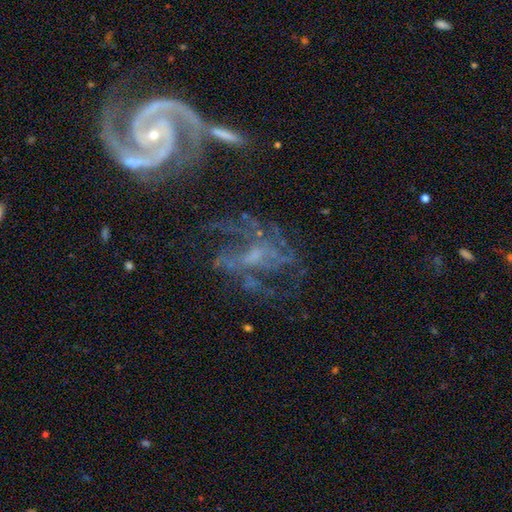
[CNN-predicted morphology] Smooth or featured?
  - featured or disk: 77% *
  - star or artifact: 13%
  - smooth: 9%
Edge-on disk?
  - no: 96% *
  - yes: 4%
Bar?
  - no: 53% *
  - weak: 35%
  - strong: 12%
Spiral arms?
  - yes: 78% *
  - no: 22%
Spiral winding?
  - medium: 42% *
  - loose: 34%
  - tight: 23%
Spiral arm count?
  - can't tell: 33% *
  - 2: 31%
  - 3: 16%
  - 4: 8%
  - 1: 7%
  - more than 4: 6%
Bulge size?
  - small: 49% *
  - moderate: 25%
  - none: 22%
  - large: 3%
  - dominant: 1%
Merging?
  - none: 40% *
  - major disturbance: 31%
  - minor disturbance: 16%
  - merger: 13%